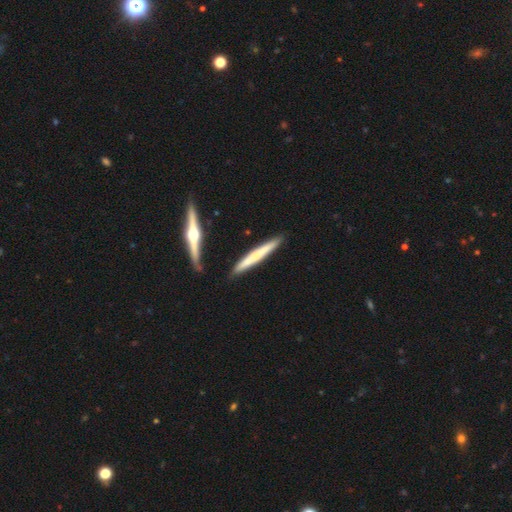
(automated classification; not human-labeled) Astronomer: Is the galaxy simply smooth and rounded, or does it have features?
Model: smooth — 48% (runner-up: featured or disk, 47%).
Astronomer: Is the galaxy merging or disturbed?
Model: none — 85%.